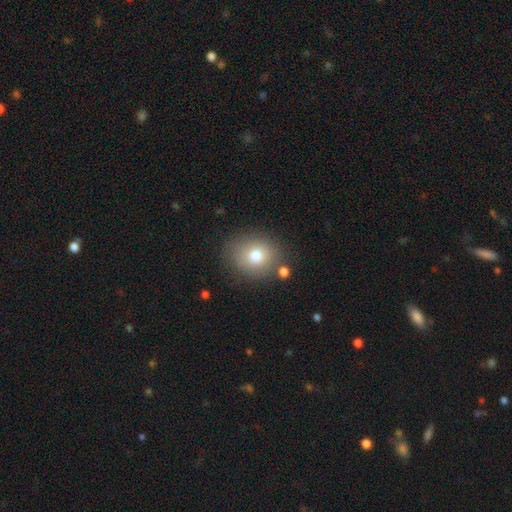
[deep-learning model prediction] Smooth or featured? Predicted: smooth (p=0.76). How rounded? Predicted: round (p=0.72). Merging? Predicted: none (p=0.78).